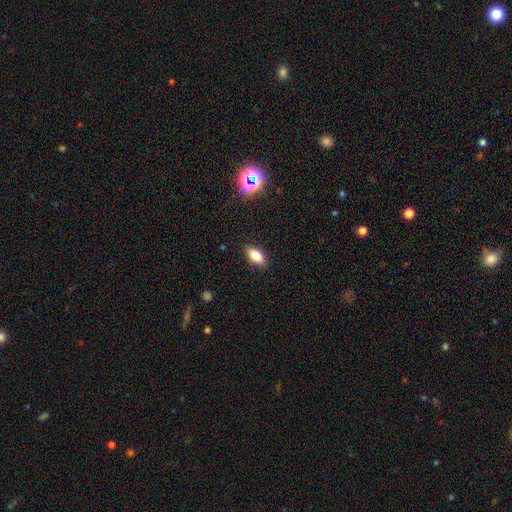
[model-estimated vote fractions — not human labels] Smooth or featured: smooth — 77% (featured or disk — 13%)
How rounded: in between — 84% (cigar-shaped — 12%)
Merging: none — 88% (minor disturbance — 9%)